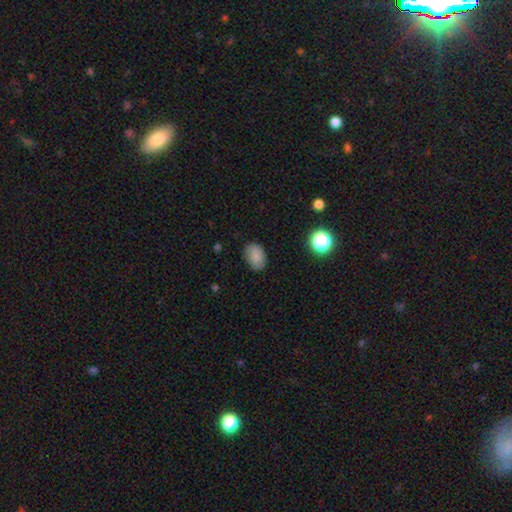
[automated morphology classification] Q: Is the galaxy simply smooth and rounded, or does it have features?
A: smooth — 83%.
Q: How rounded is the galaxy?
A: in between — 81%.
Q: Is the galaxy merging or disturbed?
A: none — 80%.